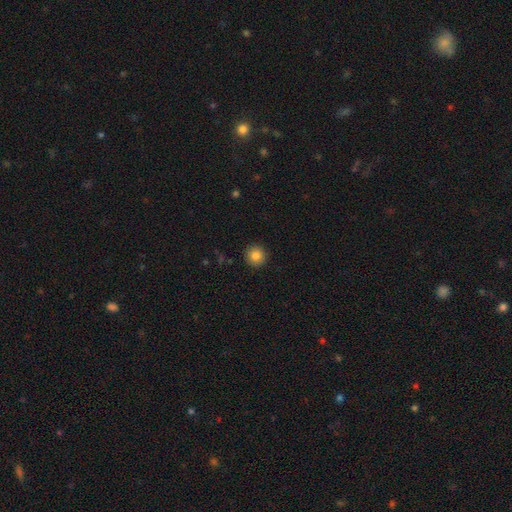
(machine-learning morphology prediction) smooth 84%, star or artifact 10%, featured or disk 6%. Down the decision tree: how rounded — round (95%); merging — none (93%).